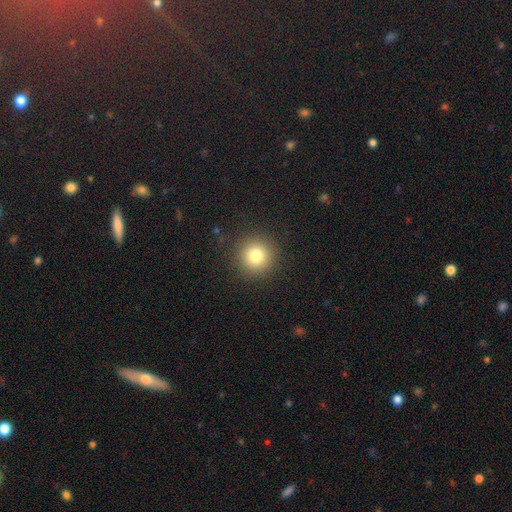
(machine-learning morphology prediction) A smooth galaxy with no disk features (80%) that is round (95%).

Vote fractions:
- Smooth or featured? smooth: 80% / star or artifact: 13% / featured or disk: 8%
- How rounded? round: 95% / in between: 4% / cigar-shaped: 1%
- Merging? none: 91% / minor disturbance: 5% / major disturbance: 2% / merger: 1%